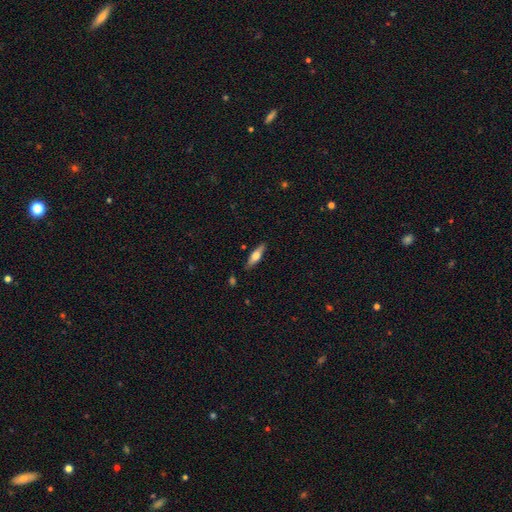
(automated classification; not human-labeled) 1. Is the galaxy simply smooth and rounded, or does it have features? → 54% smooth, 39% featured or disk, 6% star or artifact.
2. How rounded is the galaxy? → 59% cigar-shaped, 39% in between, 2% round.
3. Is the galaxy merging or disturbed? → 86% none, 10% minor disturbance, 2% major disturbance, 2% merger.